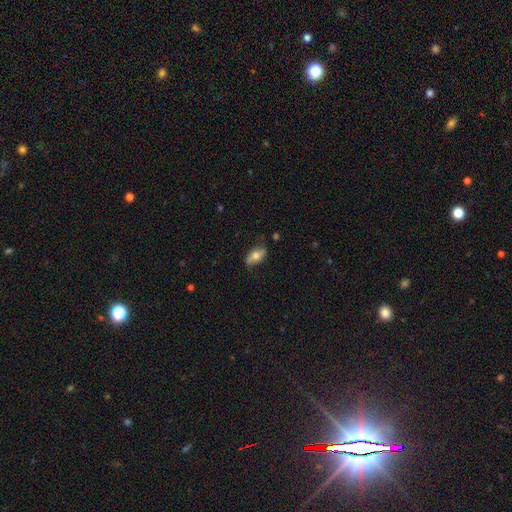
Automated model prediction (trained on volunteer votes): Q: Smooth or featured?
A: smooth (59%); runner-up: featured or disk (34%)
Q: How rounded?
A: in between (88%); runner-up: cigar-shaped (7%)
Q: Merging?
A: none (75%); runner-up: minor disturbance (19%)